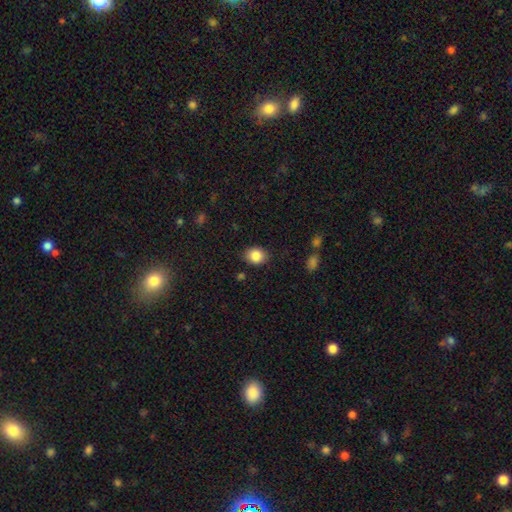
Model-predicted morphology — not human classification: A smooth galaxy with no disk features (86%) that is round (60%). Merging: none (84%).